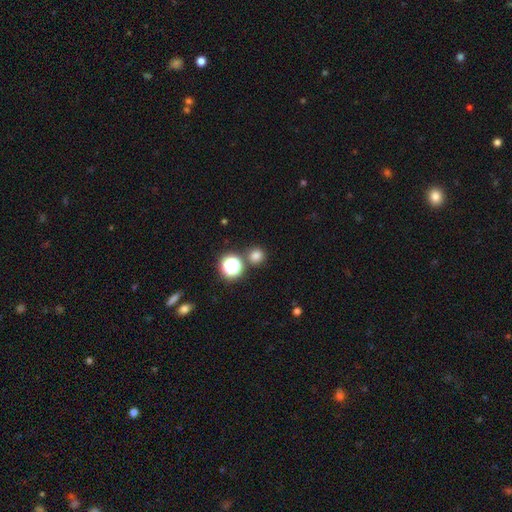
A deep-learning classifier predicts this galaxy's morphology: Smooth or featured: smooth — 76% (star or artifact — 19%)
How rounded: round — 93% (in between — 6%)
Merging: none — 82% (merger — 8%)